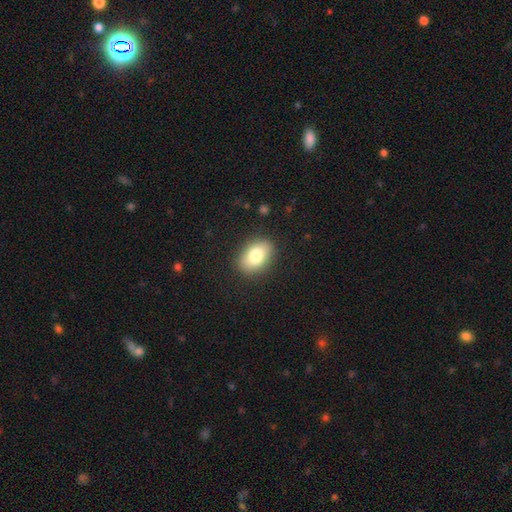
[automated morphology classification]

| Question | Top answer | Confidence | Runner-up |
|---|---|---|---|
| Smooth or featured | smooth | 80% | featured or disk (13%) |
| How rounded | in between | 84% | round (15%) |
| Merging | none | 87% | minor disturbance (9%) |